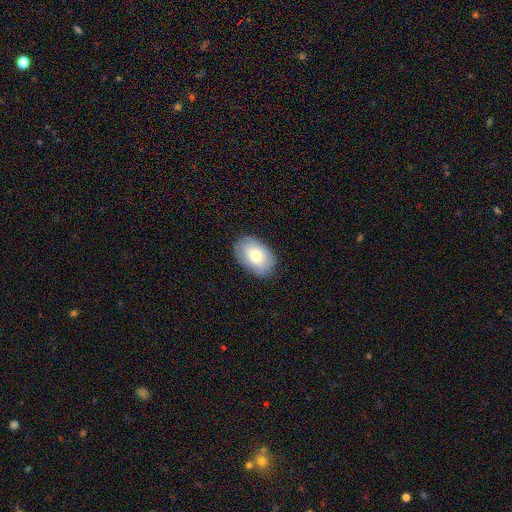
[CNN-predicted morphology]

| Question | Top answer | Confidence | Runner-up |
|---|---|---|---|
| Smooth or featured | smooth | 76% | featured or disk (17%) |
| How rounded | in between | 90% | round (9%) |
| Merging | none | 84% | minor disturbance (12%) |